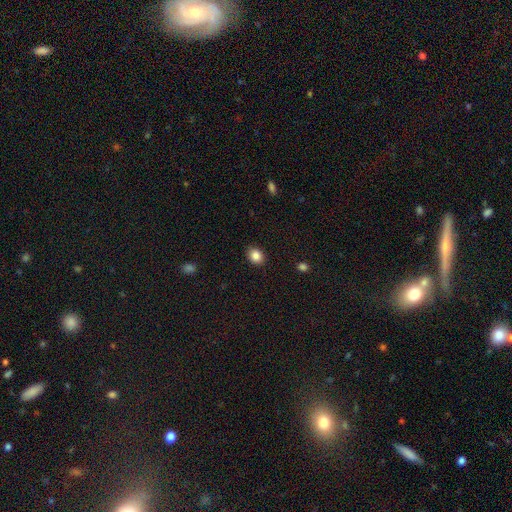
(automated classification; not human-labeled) A smooth galaxy with no disk features (86%) that is round (50%).

Vote fractions:
- Smooth or featured? smooth: 86% / star or artifact: 9% / featured or disk: 5%
- How rounded? round: 50% / in between: 49% / cigar-shaped: 1%
- Merging? none: 88% / minor disturbance: 9% / major disturbance: 2% / merger: 1%